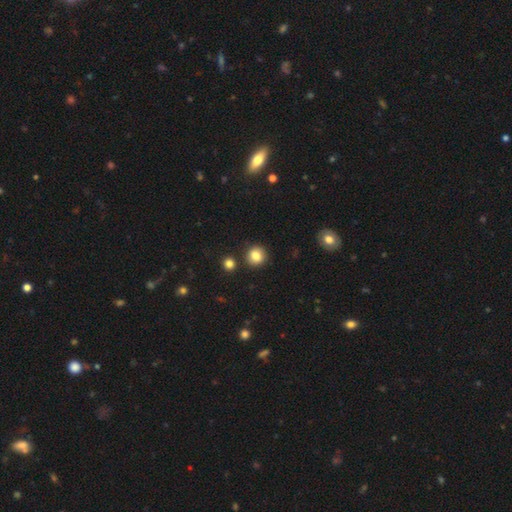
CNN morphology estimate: smooth-or-featured: smooth: 85% | star or artifact: 10% | featured or disk: 5%
  how-rounded: round: 87% | in between: 12% | cigar-shaped: 1%
  merging: none: 86% | minor disturbance: 8% | merger: 5% | major disturbance: 2%